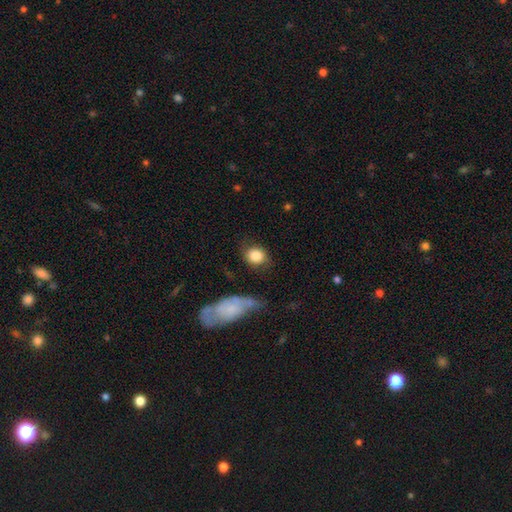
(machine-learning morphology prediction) The model was most divided on "how rounded": round: 65%, in between: 33%, cigar-shaped: 2%. More confident: smooth or featured — smooth (82%); merging — none (68%).